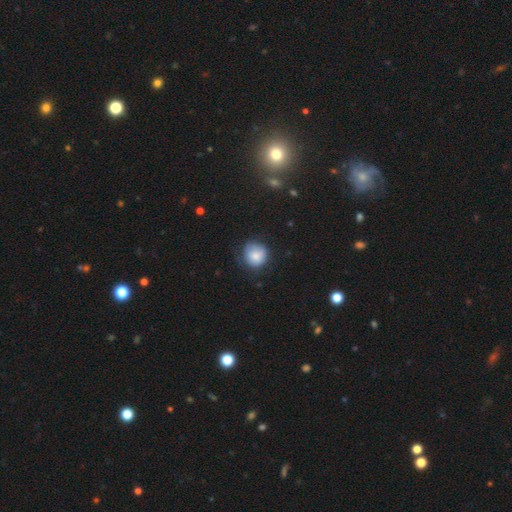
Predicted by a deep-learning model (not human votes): Q: Smooth or featured?
A: smooth (82%); runner-up: featured or disk (10%)
Q: How rounded?
A: round (85%); runner-up: in between (14%)
Q: Merging?
A: none (62%); runner-up: minor disturbance (28%)